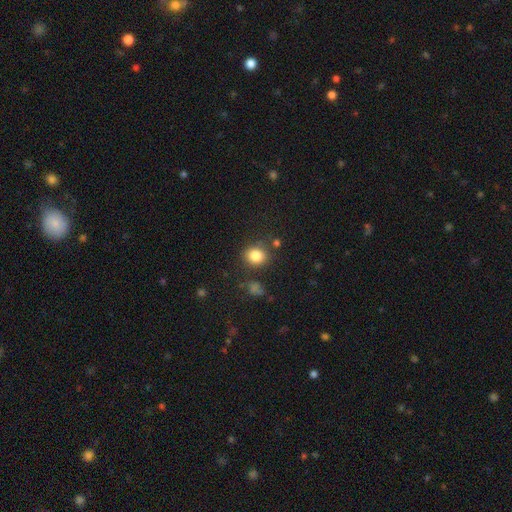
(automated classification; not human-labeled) smooth_or_featured: smooth (p=0.84) [alt: star or artifact p=0.11]
how_rounded: round (p=0.70) [alt: in between p=0.29]
merging: none (p=0.80) [alt: minor disturbance p=0.11]